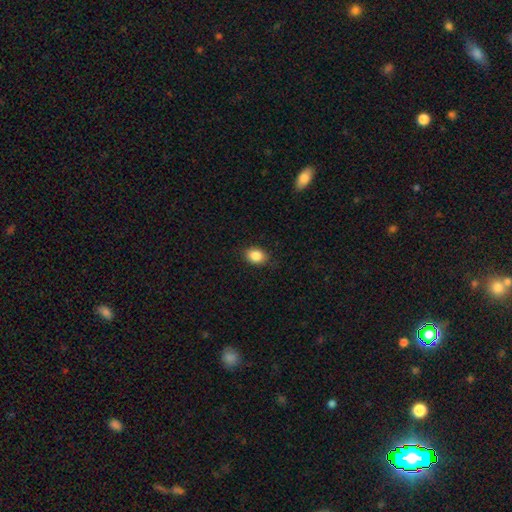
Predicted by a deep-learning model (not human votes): The model was most divided on "how rounded": in between: 71%, round: 28%, cigar-shaped: 1%. More confident: smooth or featured — smooth (86%); merging — none (84%).